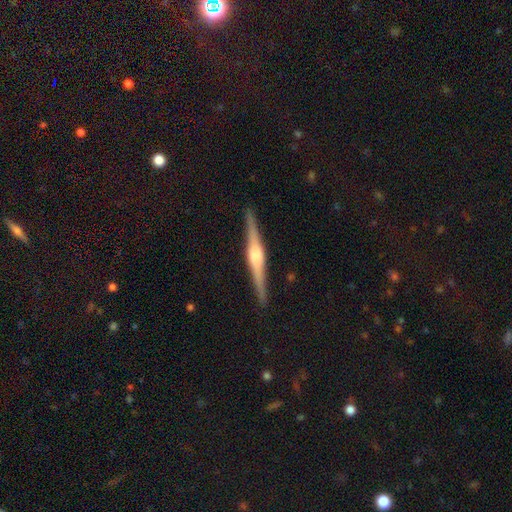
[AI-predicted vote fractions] featured or disk 80%, smooth 14%, star or artifact 5%. Down the decision tree: edge-on disk — yes (98%); edge-on bulge — rounded (67%); merging — none (90%).